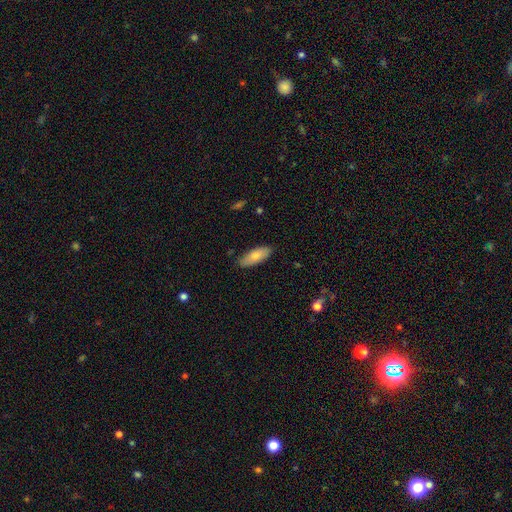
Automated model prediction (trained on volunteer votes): This is likely a smooth galaxy (76%). How rounded: likely in between (75%). Merging: clearly none (84%).